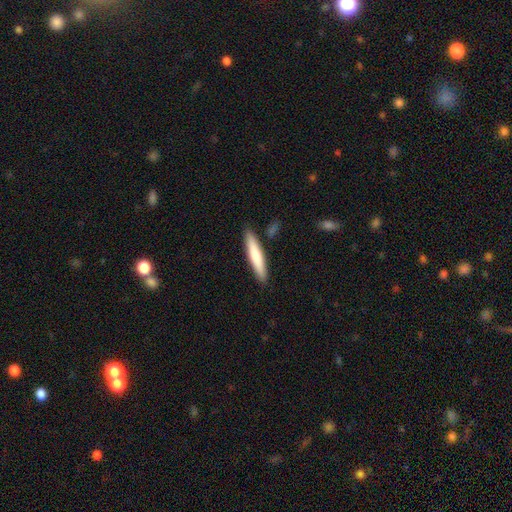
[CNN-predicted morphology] This appears to be a smooth galaxy with no disk features (71%) that is cigar-shaped (90%). Merging: none (88%).